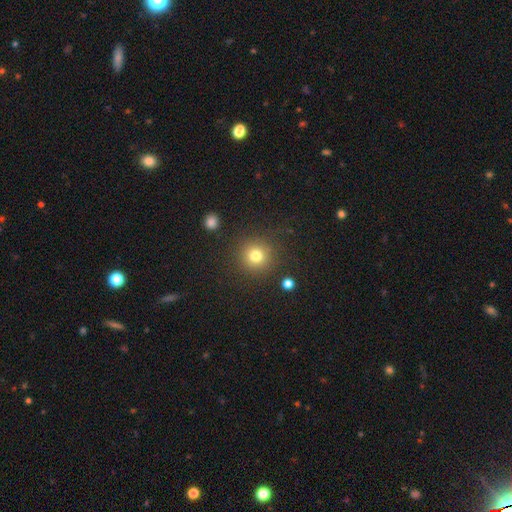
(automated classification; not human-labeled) Overall: smooth (79%). How rounded: round (93%). Merging: none (86%).